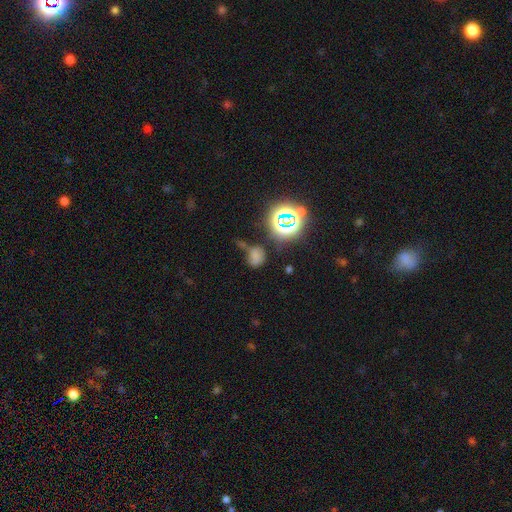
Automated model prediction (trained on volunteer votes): Smooth or featured?
  - smooth: 57% *
  - star or artifact: 31%
  - featured or disk: 12%
How rounded?
  - round: 52% *
  - in between: 46%
  - cigar-shaped: 2%
Merging?
  - none: 44% *
  - merger: 21%
  - minor disturbance: 21%
  - major disturbance: 15%